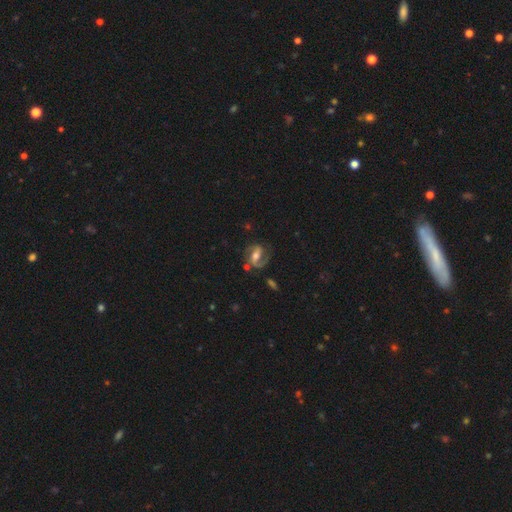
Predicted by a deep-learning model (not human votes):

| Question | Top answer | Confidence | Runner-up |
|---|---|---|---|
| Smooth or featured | featured or disk | 83% | smooth (11%) |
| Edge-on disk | no | 96% | yes (4%) |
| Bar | strong | 41% | weak (38%) |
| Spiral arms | yes | 94% | no (6%) |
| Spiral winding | medium | 53% | tight (24%) |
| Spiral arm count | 2 | 81% | 1 (13%) |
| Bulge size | moderate | 65% | small (24%) |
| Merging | none | 69% | minor disturbance (17%) |